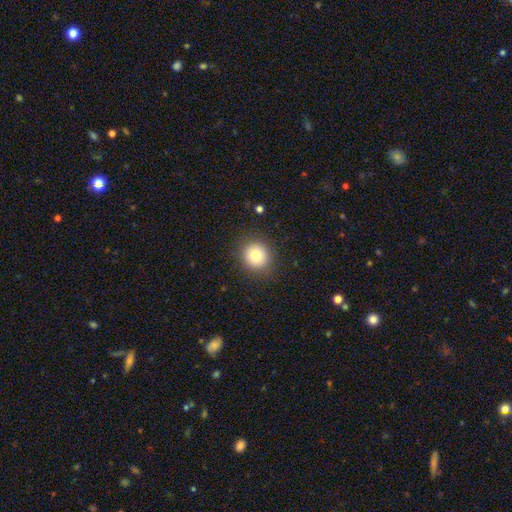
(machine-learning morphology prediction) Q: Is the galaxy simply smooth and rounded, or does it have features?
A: smooth — 81%.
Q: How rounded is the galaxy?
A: round — 89%.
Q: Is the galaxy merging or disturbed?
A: none — 89%.